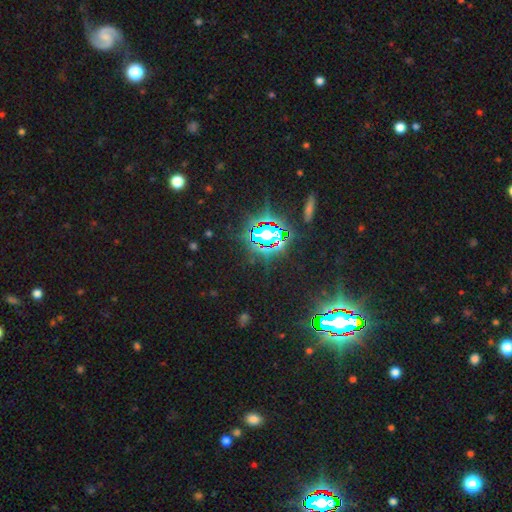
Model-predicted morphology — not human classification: A star or artifact, not a galaxy (84%).